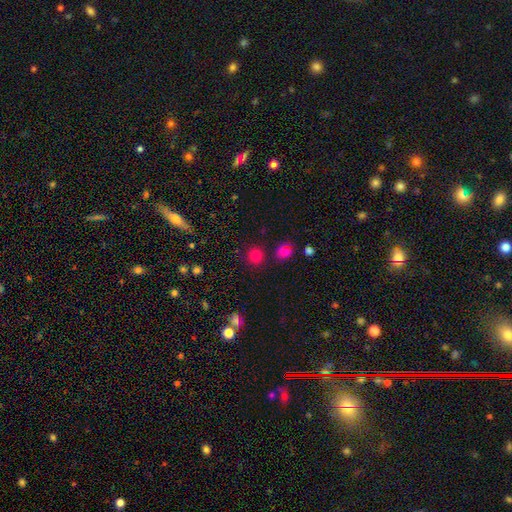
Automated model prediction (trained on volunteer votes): A smooth galaxy with no disk features (79%) that is round (90%). Merging: none (84%).